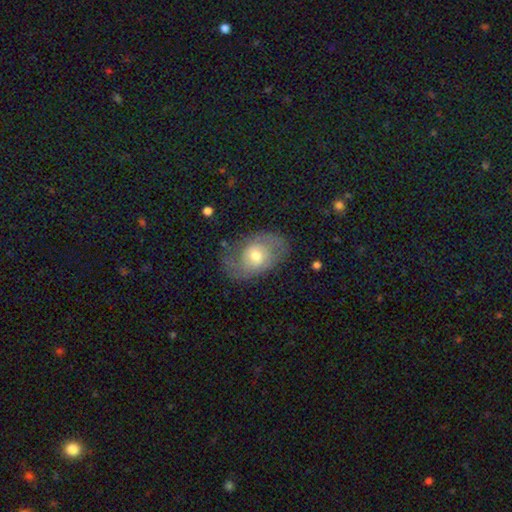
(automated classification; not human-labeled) Overall: featured or disk (57%; smooth 35%). Edge-on disk: no (95%). Bar: no (66%; weak 29%). Spiral arms: yes (72%). Bulge size: moderate (66%). Merging: none (61%; minor disturbance 24%).